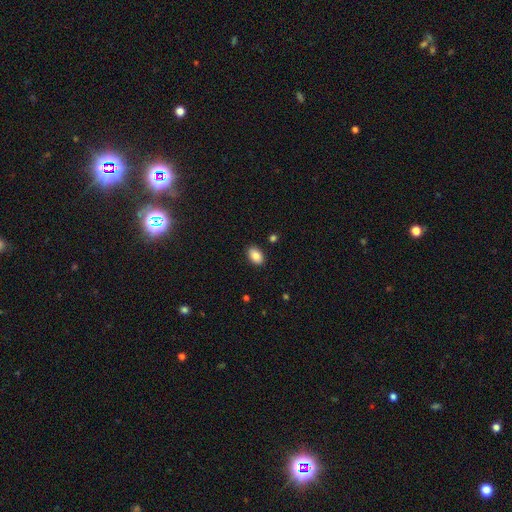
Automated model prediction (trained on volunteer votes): Smooth or featured: smooth — 85% (star or artifact — 8%)
How rounded: in between — 89% (round — 10%)
Merging: none — 89% (minor disturbance — 8%)